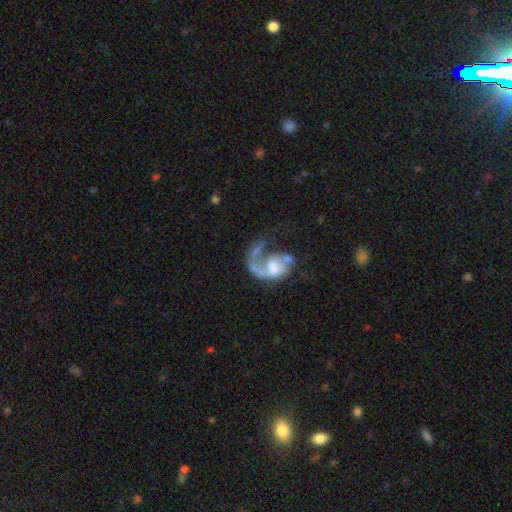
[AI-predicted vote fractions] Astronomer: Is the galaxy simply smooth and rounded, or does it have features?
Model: featured or disk — 78%.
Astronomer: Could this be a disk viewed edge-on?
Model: no — 98%.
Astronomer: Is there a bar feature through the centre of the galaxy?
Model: no — 66%.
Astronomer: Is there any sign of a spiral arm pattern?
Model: yes — 85%.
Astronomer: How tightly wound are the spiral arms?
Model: loose — 54% (runner-up: medium, 32%).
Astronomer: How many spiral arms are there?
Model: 1 — 84%.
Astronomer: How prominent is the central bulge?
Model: moderate — 43% (runner-up: small, 23%).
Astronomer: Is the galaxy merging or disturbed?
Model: major disturbance — 44% (runner-up: none, 29%).